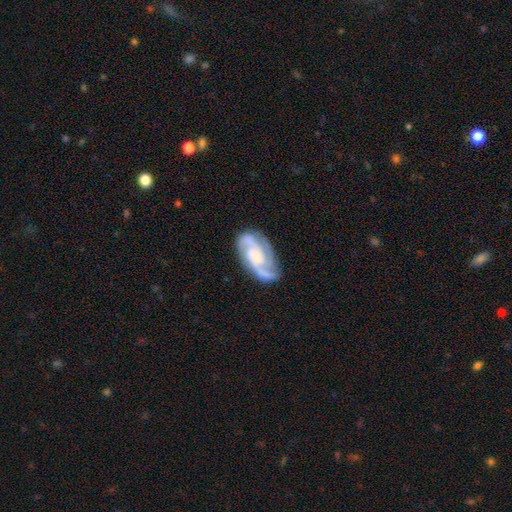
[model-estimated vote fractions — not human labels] Overall: featured or disk (86%). Edge-on disk: no (97%). Bar: no (61%; weak 30%). Spiral arms: yes (97%). Spiral arm count: 3 (43%; 2 38%). Spiral winding: medium (48%; tight 38%). Bulge size: small (37%; moderate 29%). Merging: none (76%).